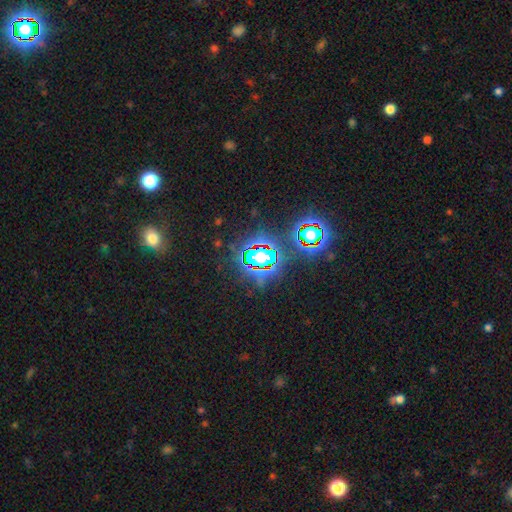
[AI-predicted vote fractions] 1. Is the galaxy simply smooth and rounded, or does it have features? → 79% star or artifact, 13% smooth, 7% featured or disk.